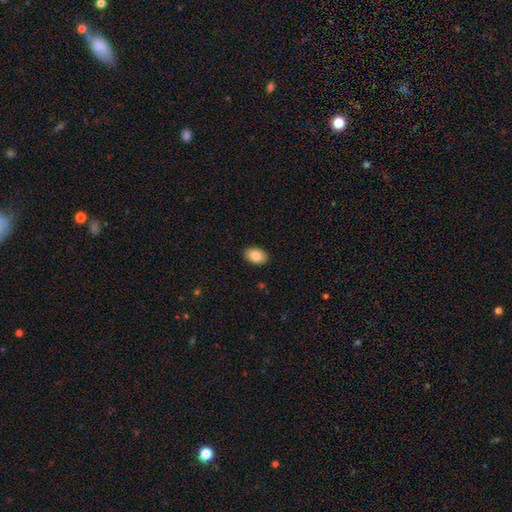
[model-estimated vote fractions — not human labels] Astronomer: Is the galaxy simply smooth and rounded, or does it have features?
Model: smooth — 85%.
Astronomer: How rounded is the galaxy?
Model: in between — 88%.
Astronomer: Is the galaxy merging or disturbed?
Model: none — 90%.